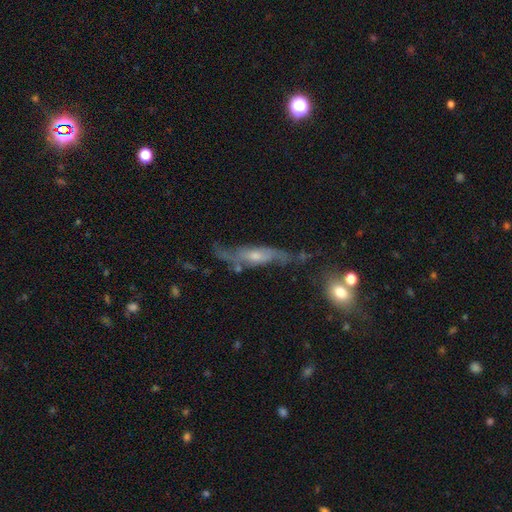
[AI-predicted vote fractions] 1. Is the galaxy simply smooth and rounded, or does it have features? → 70% featured or disk, 21% smooth, 10% star or artifact.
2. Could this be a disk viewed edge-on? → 58% no, 42% yes.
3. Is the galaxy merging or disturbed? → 54% none, 25% minor disturbance, 15% major disturbance, 6% merger.